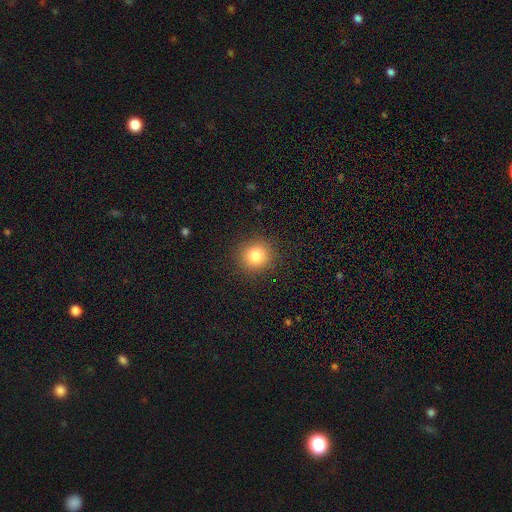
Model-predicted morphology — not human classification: The model was most divided on "smooth or featured": smooth: 82%, star or artifact: 12%, featured or disk: 6%. More confident: how rounded — round (91%); merging — none (90%).